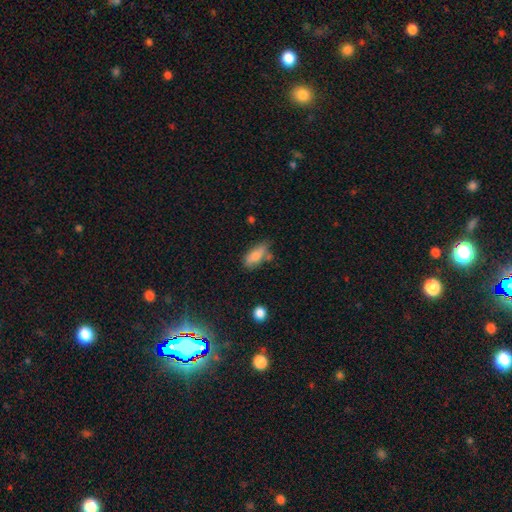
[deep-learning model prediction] Smooth or featured?
  - smooth: 79% *
  - featured or disk: 13%
  - star or artifact: 8%
How rounded?
  - in between: 81% *
  - cigar-shaped: 16%
  - round: 3%
Merging?
  - none: 57% *
  - minor disturbance: 26%
  - merger: 10%
  - major disturbance: 7%